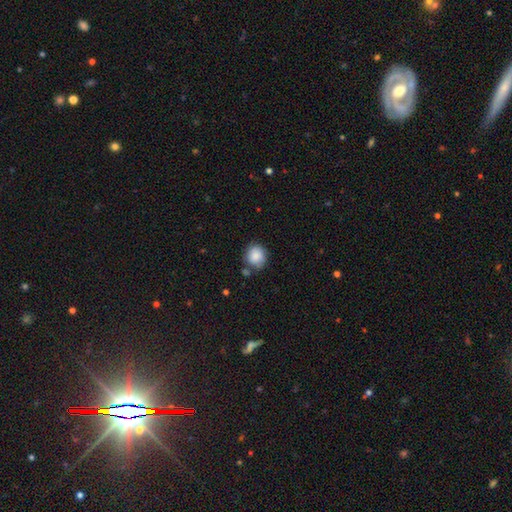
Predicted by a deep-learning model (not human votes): Morphology: type=smooth (85%); roundness=round (80%); merging=none (68%).